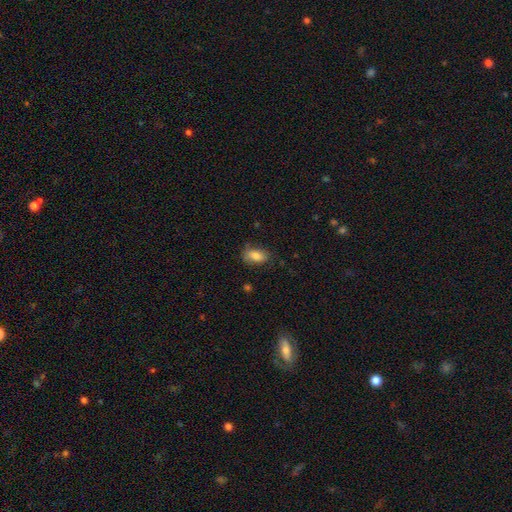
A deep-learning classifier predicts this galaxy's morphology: Smooth or featured?
  - smooth: 84% *
  - featured or disk: 8%
  - star or artifact: 8%
How rounded?
  - in between: 89% *
  - round: 7%
  - cigar-shaped: 4%
Merging?
  - none: 73% *
  - minor disturbance: 20%
  - major disturbance: 5%
  - merger: 2%